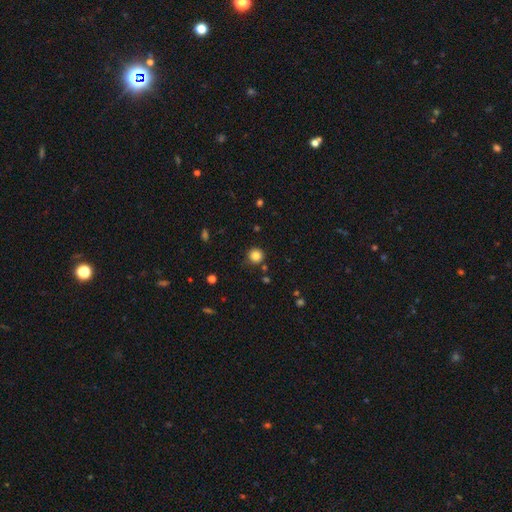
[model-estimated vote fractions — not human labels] A smooth galaxy with no disk features (83%) that is round (95%).

Vote fractions:
- Smooth or featured? smooth: 83% / star or artifact: 12% / featured or disk: 5%
- How rounded? round: 95% / in between: 4% / cigar-shaped: 1%
- Merging? none: 87% / minor disturbance: 8% / merger: 3% / major disturbance: 2%